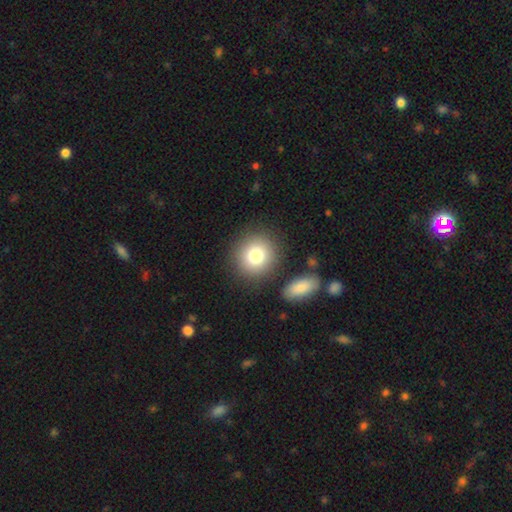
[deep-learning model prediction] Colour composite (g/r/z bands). It shows a smooth galaxy with no disk features (79%) that is round (87%). Merging: none (83%).